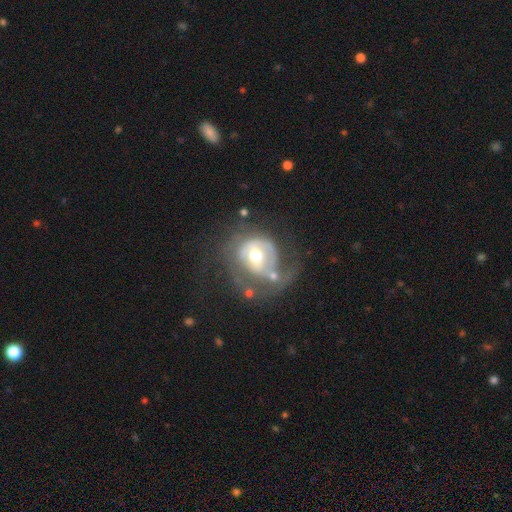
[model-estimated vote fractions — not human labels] Smooth or featured? Predicted: featured or disk (p=0.64). Edge-on disk? Predicted: no (p=0.97). Bar? Predicted: no (p=0.61). Spiral arms? Predicted: yes (p=0.57). Bulge size? Predicted: moderate (p=0.71). Merging? Predicted: major disturbance (p=0.38).